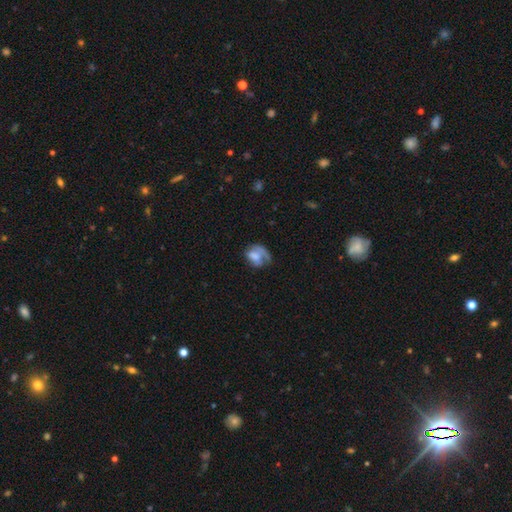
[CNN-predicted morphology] smooth-or-featured: smooth: 54% | featured or disk: 36% | star or artifact: 10%
  how-rounded: in between: 59% | round: 40% | cigar-shaped: 2%
  merging: major disturbance: 36% | none: 33% | minor disturbance: 25% | merger: 6%